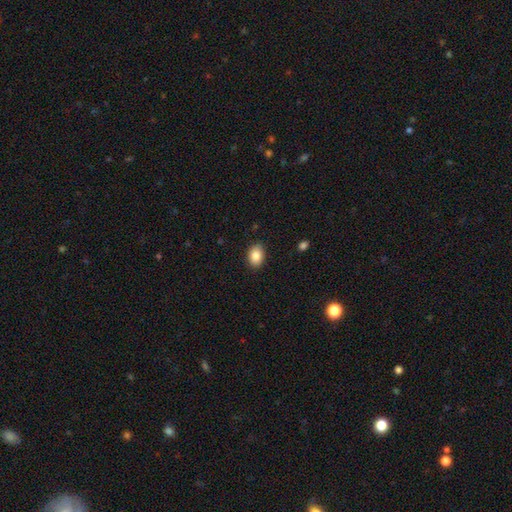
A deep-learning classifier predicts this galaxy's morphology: A smooth galaxy with no disk features (86%) that is in between round and cigar-shaped (79%). Merging: none (87%).